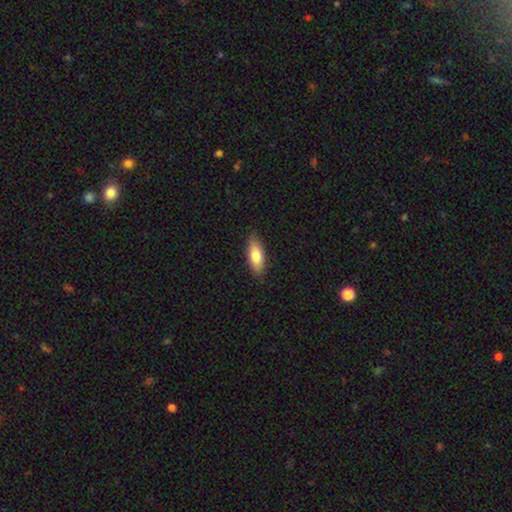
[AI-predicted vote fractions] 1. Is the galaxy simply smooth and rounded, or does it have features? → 76% smooth, 18% featured or disk, 6% star or artifact.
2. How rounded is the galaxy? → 68% in between, 30% cigar-shaped, 2% round.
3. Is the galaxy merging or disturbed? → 86% none, 11% minor disturbance, 2% major disturbance, 1% merger.